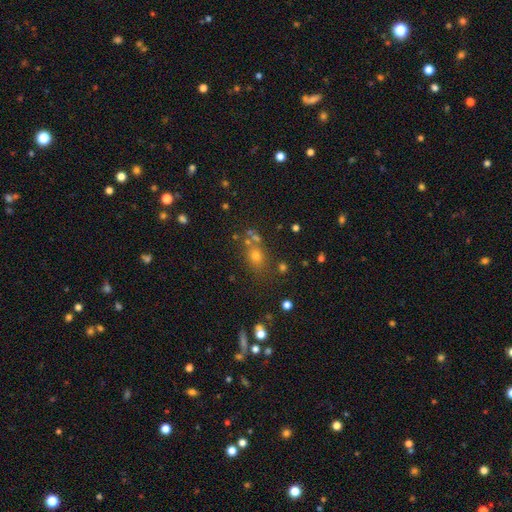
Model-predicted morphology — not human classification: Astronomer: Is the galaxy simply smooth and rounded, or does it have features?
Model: smooth — 60%.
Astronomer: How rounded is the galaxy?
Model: round — 65%.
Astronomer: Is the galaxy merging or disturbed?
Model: none — 68%.